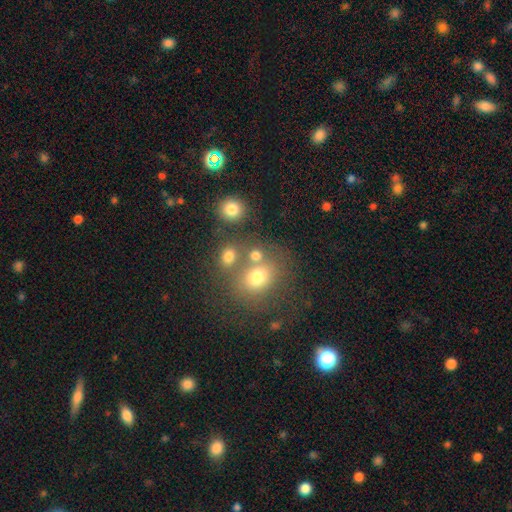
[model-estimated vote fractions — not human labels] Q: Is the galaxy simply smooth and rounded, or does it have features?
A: smooth — 70%.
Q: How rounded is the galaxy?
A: round — 64%.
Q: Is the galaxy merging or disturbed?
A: none — 55%.